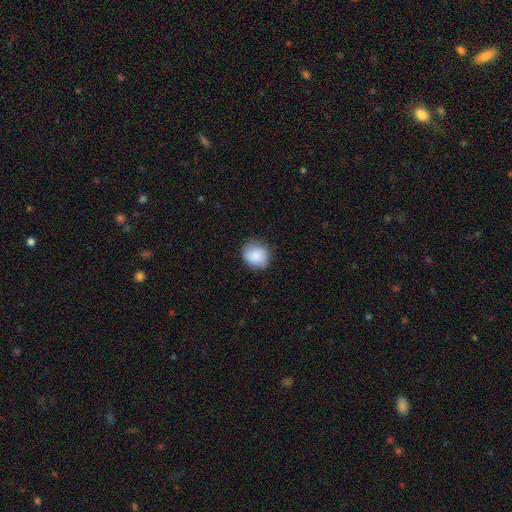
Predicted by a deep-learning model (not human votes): Smooth or featured? Predicted: smooth (p=0.85). How rounded? Predicted: round (p=0.79). Merging? Predicted: none (p=0.80).